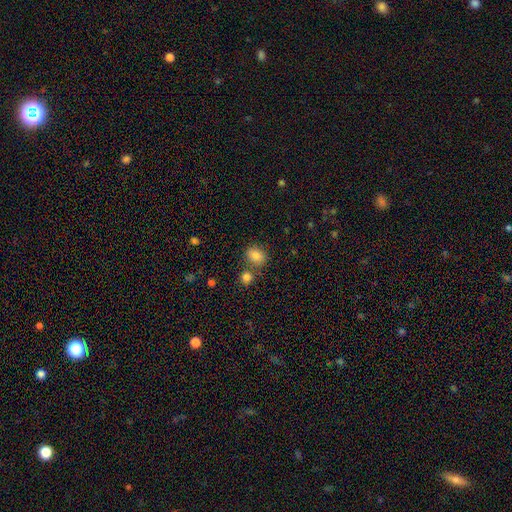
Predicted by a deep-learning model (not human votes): This is clearly a smooth galaxy (82%). How rounded: possibly round (51%). Merging: likely none (72%).